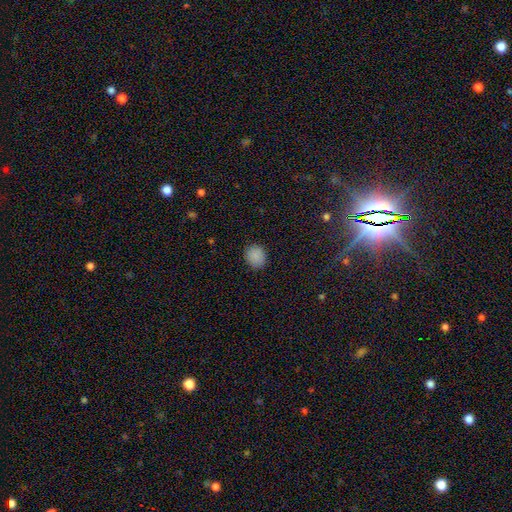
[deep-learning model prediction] Smooth or featured: smooth — 87% (star or artifact — 10%)
How rounded: round — 76% (in between — 23%)
Merging: none — 89% (minor disturbance — 8%)